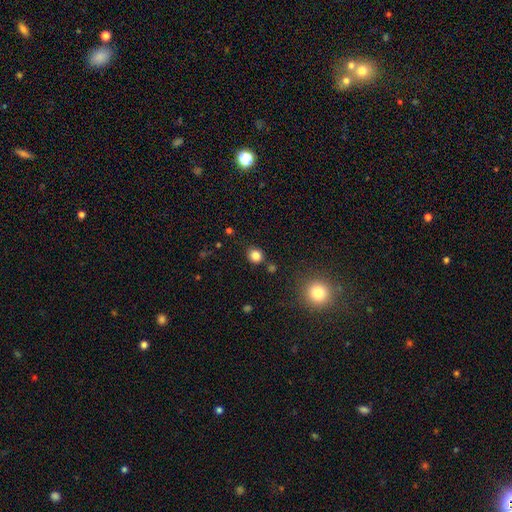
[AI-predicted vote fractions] A smooth galaxy with no disk features (83%) that is round (82%).

Vote fractions:
- Smooth or featured? smooth: 83% / star or artifact: 13% / featured or disk: 5%
- How rounded? round: 82% / in between: 17% / cigar-shaped: 1%
- Merging? none: 82% / minor disturbance: 10% / merger: 6% / major disturbance: 3%